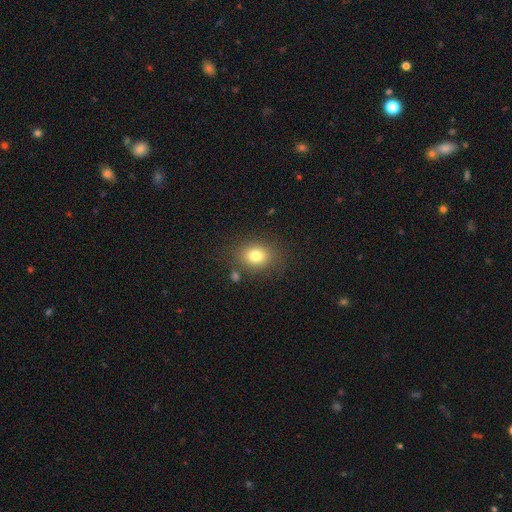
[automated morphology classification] smooth-or-featured: smooth: 78% | star or artifact: 12% | featured or disk: 10%
  how-rounded: in between: 53% | round: 46% | cigar-shaped: 1%
  merging: none: 79% | minor disturbance: 12% | merger: 5% | major disturbance: 5%